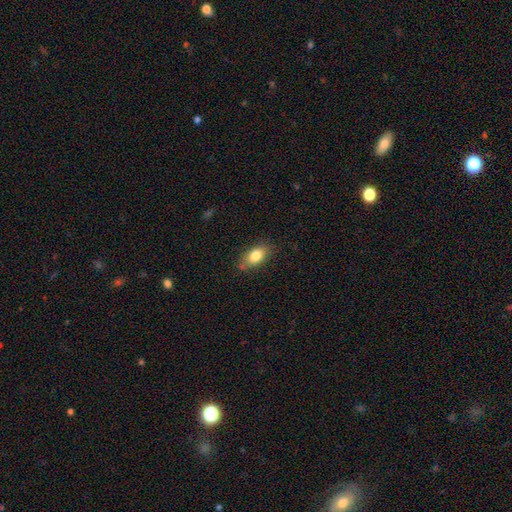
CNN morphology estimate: This appears to be a smooth galaxy with no disk features (81%) that is in between round and cigar-shaped (85%). Merging: none (74%).